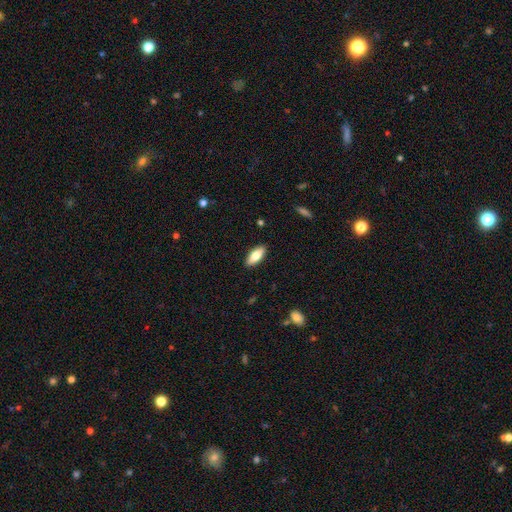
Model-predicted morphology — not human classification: Smooth or featured: smooth — 74% (featured or disk — 20%)
How rounded: in between — 75% (cigar-shaped — 23%)
Merging: none — 89% (minor disturbance — 8%)